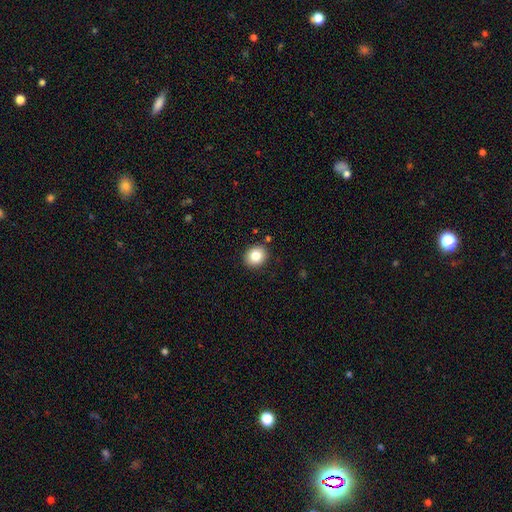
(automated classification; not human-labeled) Q: Smooth or featured?
A: smooth (82%); runner-up: star or artifact (10%)
Q: How rounded?
A: round (72%); runner-up: in between (28%)
Q: Merging?
A: none (89%); runner-up: minor disturbance (7%)